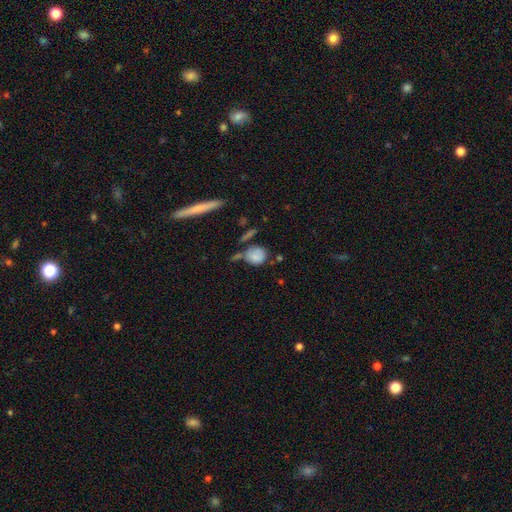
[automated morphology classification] This is likely a smooth galaxy (77%). How rounded: likely round (73%). Merging: possibly none (45%).